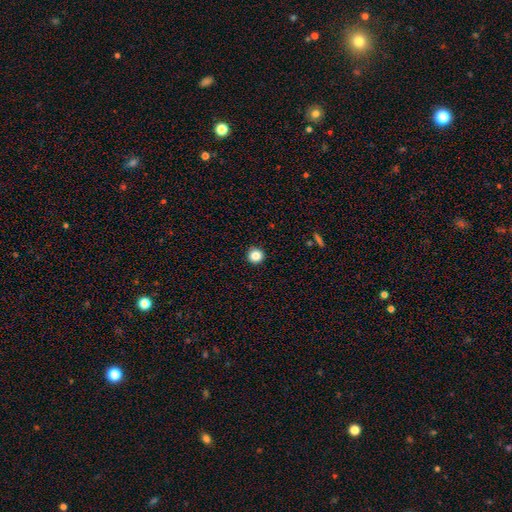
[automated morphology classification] smooth-or-featured: smooth: 85% | star or artifact: 11% | featured or disk: 4%
  how-rounded: round: 96% | in between: 3% | cigar-shaped: 1%
  merging: none: 93% | minor disturbance: 4% | major disturbance: 1% | merger: 1%